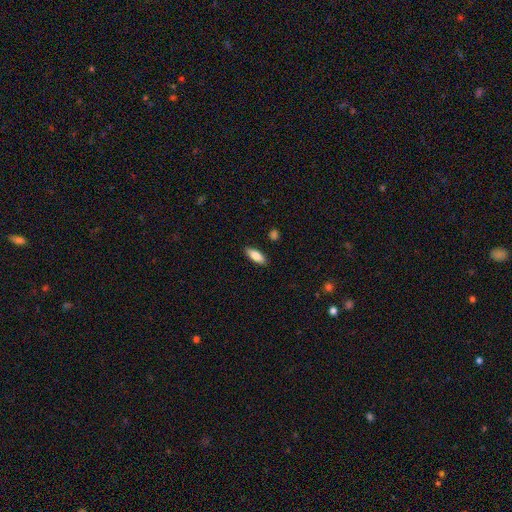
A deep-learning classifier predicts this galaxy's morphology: A smooth galaxy with no disk features (82%) that is in between round and cigar-shaped (71%). Merging: none (88%).